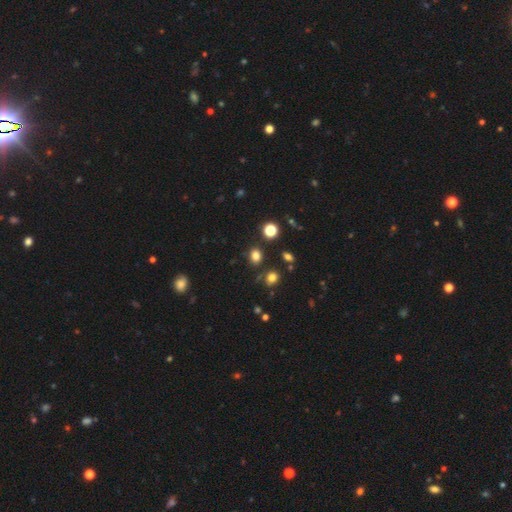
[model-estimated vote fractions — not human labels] smooth_or_featured: smooth (p=0.78) [alt: star or artifact p=0.17]
how_rounded: round (p=0.63) [alt: in between p=0.36]
merging: none (p=0.81) [alt: minor disturbance p=0.10]